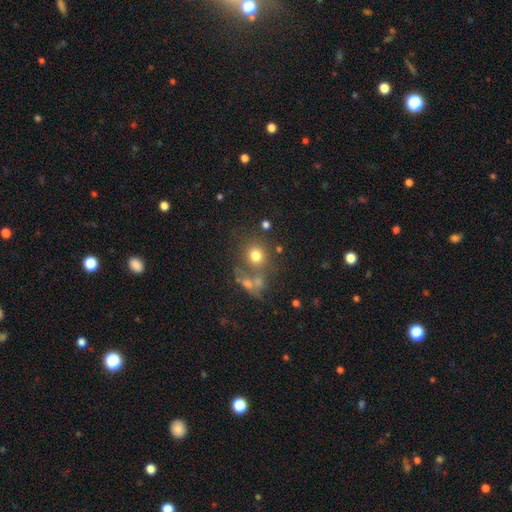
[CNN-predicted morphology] Smooth or featured? Predicted: smooth (p=0.74). How rounded? Predicted: round (p=0.83). Merging? Predicted: none (p=0.59).